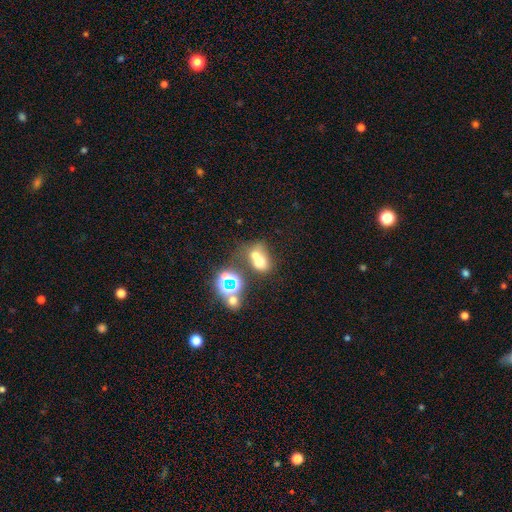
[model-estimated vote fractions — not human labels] Smooth or featured? Predicted: smooth (p=0.57). How rounded? Predicted: round (p=0.57). Merging? Predicted: merger (p=0.58).